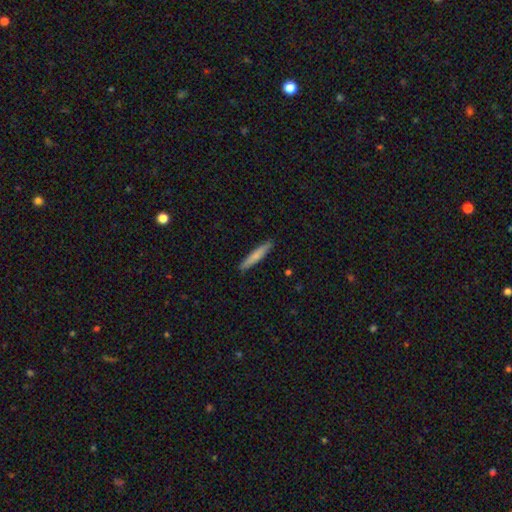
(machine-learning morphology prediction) smooth-or-featured: smooth: 73% | featured or disk: 21% | star or artifact: 5%
  how-rounded: cigar-shaped: 94% | in between: 5% | round: 1%
  merging: none: 90% | minor disturbance: 7% | major disturbance: 1% | merger: 1%